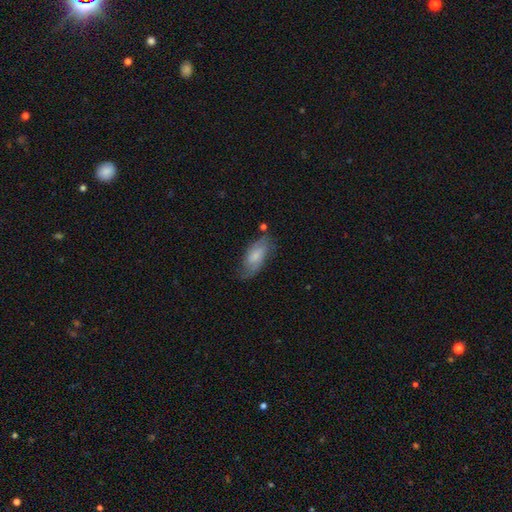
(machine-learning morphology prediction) Smooth or featured?
  - smooth: 51% *
  - featured or disk: 42%
  - star or artifact: 7%
How rounded?
  - in between: 85% *
  - cigar-shaped: 12%
  - round: 3%
Merging?
  - none: 64% *
  - minor disturbance: 24%
  - major disturbance: 9%
  - merger: 3%